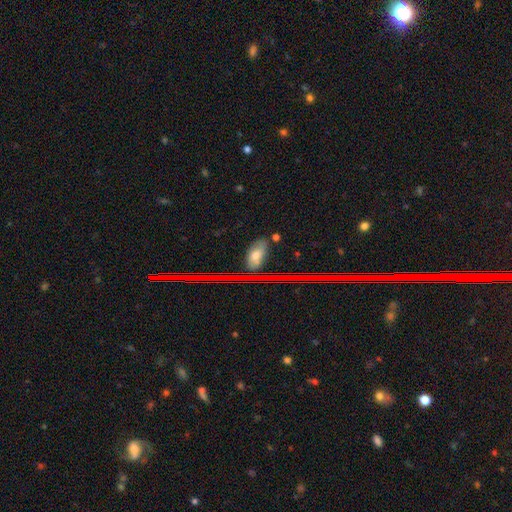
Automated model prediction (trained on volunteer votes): smooth_or_featured: smooth (p=0.61) [alt: featured or disk p=0.20]
how_rounded: in between (p=0.89) [alt: cigar-shaped p=0.06]
merging: none (p=0.67) [alt: minor disturbance p=0.22]